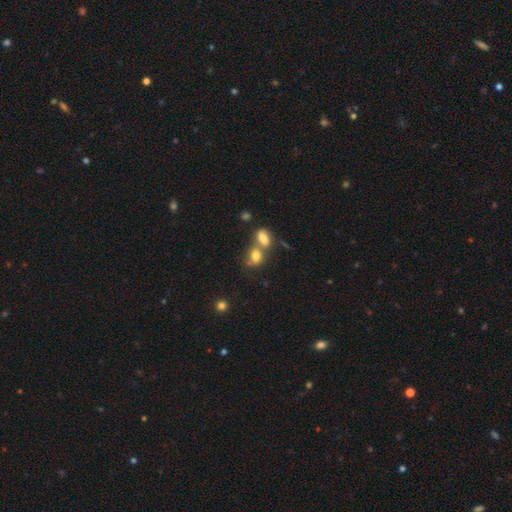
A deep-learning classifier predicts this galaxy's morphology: The model was most divided on "merging": merger: 57%, none: 27%, minor disturbance: 10%, major disturbance: 6%. More confident: smooth or featured — smooth (74%); how rounded — in between (67%).